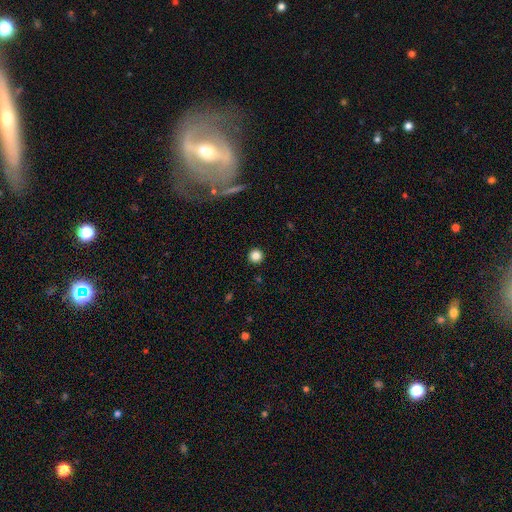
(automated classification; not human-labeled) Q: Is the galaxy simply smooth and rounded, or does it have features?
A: smooth — 84%.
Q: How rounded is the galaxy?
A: round — 96%.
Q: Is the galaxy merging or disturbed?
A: none — 93%.